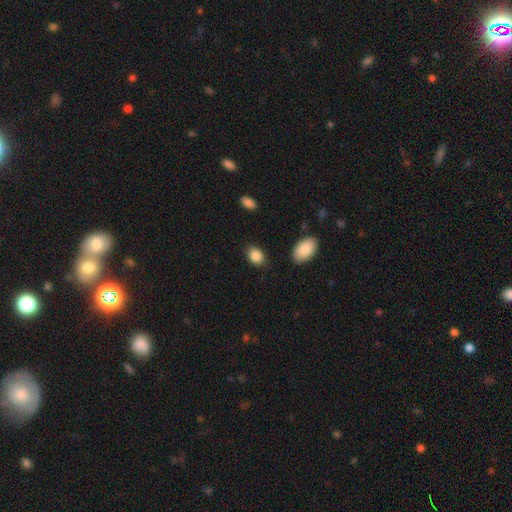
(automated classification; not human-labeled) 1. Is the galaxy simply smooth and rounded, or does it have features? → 87% smooth, 8% star or artifact, 5% featured or disk.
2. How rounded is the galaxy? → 79% in between, 19% round, 1% cigar-shaped.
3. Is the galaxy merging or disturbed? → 83% none, 12% minor disturbance, 3% major disturbance, 2% merger.